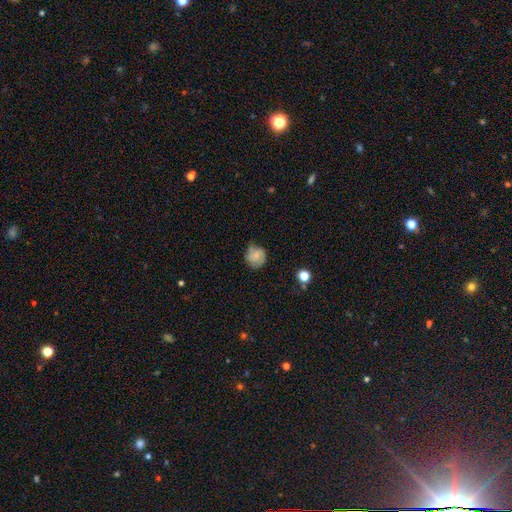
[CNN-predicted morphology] Smooth or featured? smooth (56%)
How rounded? round (78%)
Merging? none (59%)